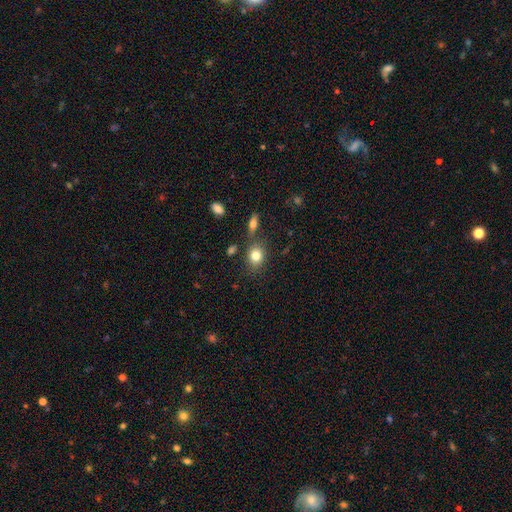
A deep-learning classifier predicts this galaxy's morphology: This appears to be a smooth galaxy with no disk features (82%) that is round (53%). Merging: none (72%).